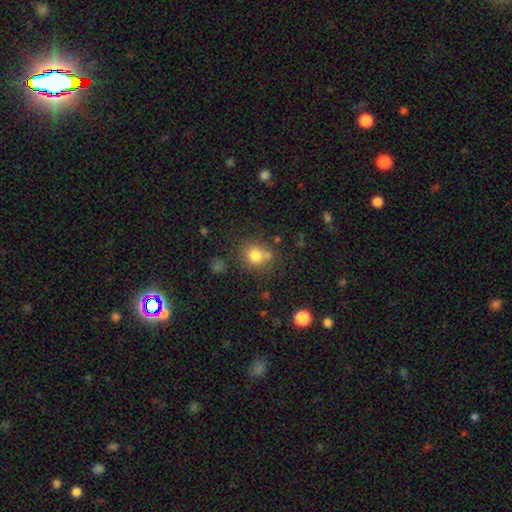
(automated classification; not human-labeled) The model was most divided on "merging": none: 64%, merger: 15%, minor disturbance: 15%, major disturbance: 6%. More confident: smooth or featured — smooth (78%); how rounded — round (77%).